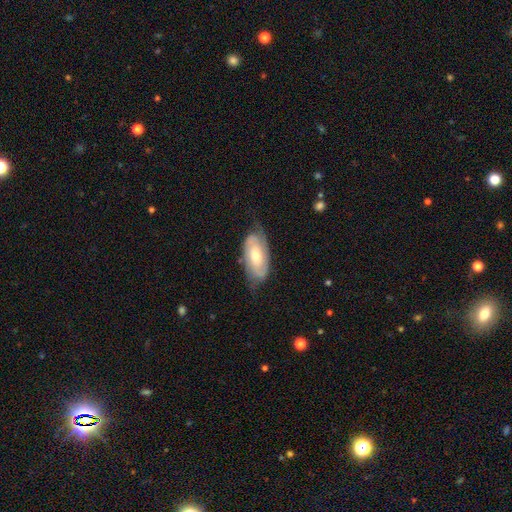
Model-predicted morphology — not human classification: Smooth or featured? Predicted: featured or disk (p=0.61). Edge-on disk? Predicted: no (p=0.90). Bar? Predicted: no (p=0.62). Spiral arms? Predicted: yes (p=0.81). Bulge size? Predicted: moderate (p=0.65). Merging? Predicted: none (p=0.65).